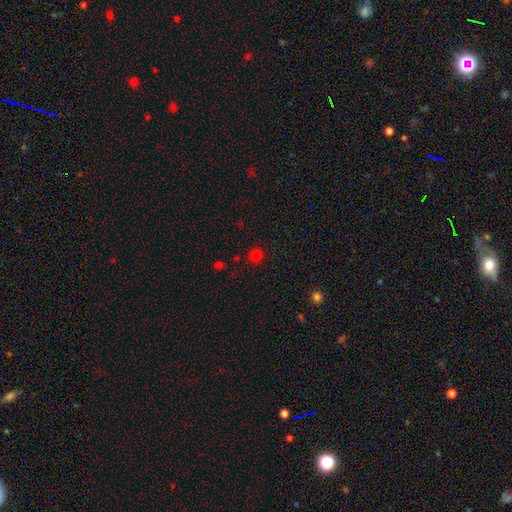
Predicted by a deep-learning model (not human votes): Smooth or featured: smooth — 76% (star or artifact — 20%)
How rounded: round — 93% (in between — 6%)
Merging: none — 89% (minor disturbance — 6%)